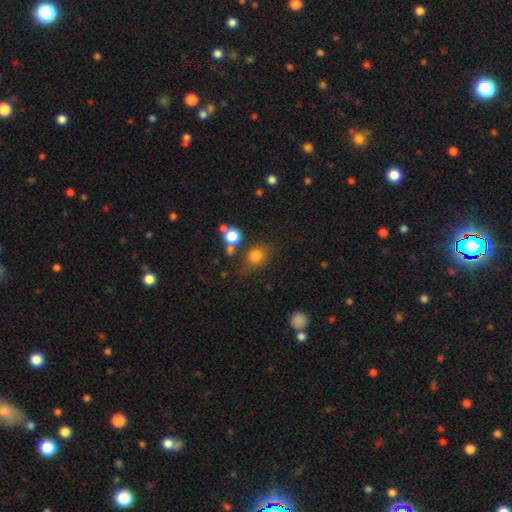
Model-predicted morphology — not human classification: This appears to be a smooth galaxy with no disk features (79%) that is round (69%). Merging: none (69%).